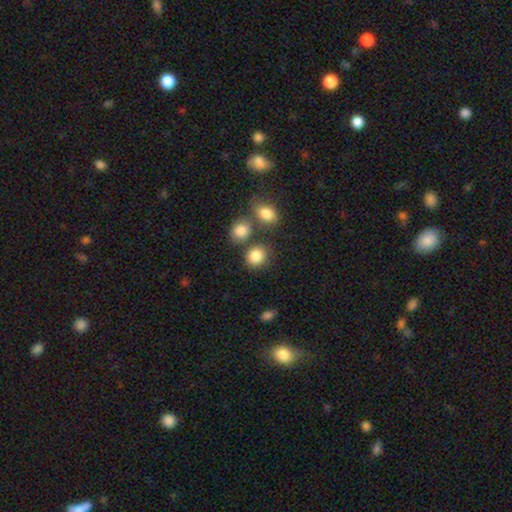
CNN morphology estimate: This appears to be a smooth galaxy with no disk features (85%) that is round (75%). Merging: none (66%).